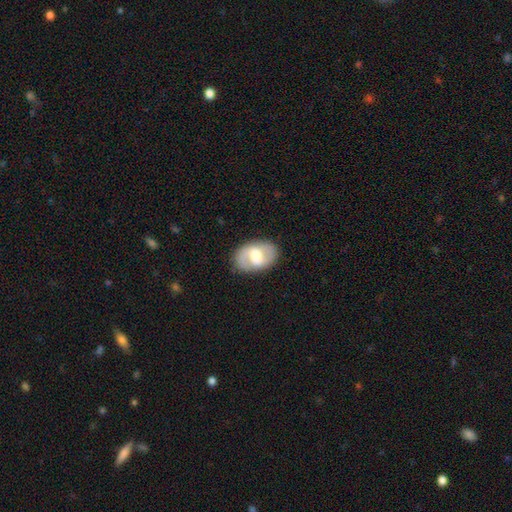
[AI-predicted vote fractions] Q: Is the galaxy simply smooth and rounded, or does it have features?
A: featured or disk — 64%.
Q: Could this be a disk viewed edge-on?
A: no — 95%.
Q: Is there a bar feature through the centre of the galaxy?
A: weak — 51%.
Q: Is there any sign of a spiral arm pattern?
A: yes — 72%.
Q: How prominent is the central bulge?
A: moderate — 61%.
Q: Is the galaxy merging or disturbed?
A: none — 84%.